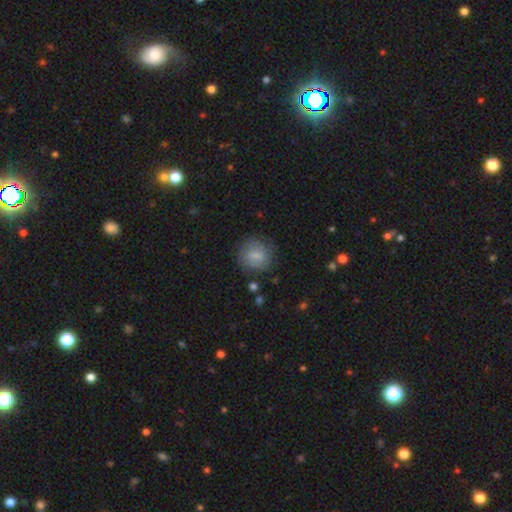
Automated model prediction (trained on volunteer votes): smooth_or_featured: smooth (p=0.73) [alt: featured or disk p=0.19]
how_rounded: round (p=0.81) [alt: in between p=0.18]
merging: none (p=0.74) [alt: minor disturbance p=0.17]